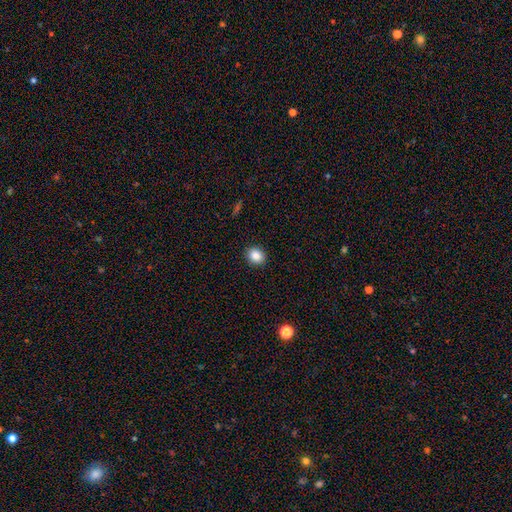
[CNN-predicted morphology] Smooth or featured? smooth (87%)
How rounded? round (68%)
Merging? none (91%)